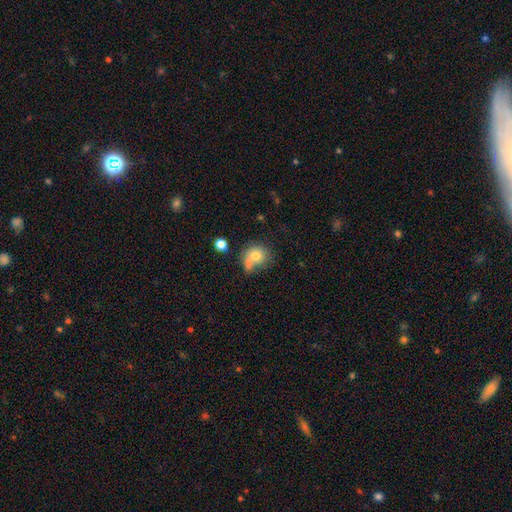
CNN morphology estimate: Overall: smooth (71%). How rounded: round (70%). Merging: none (37%; merger 21%).